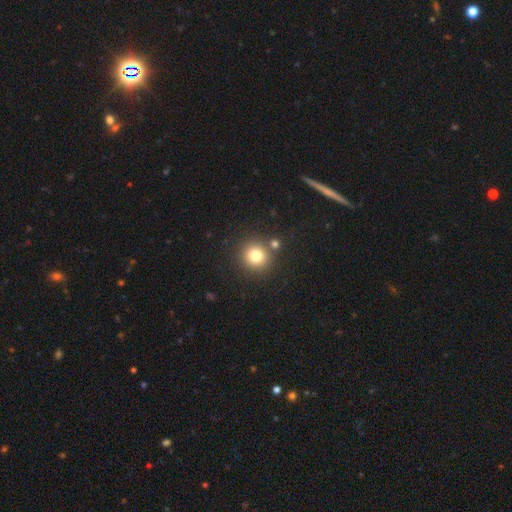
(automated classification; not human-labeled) Q: Smooth or featured?
A: smooth (78%); runner-up: star or artifact (13%)
Q: How rounded?
A: round (92%); runner-up: in between (7%)
Q: Merging?
A: none (80%); runner-up: merger (10%)